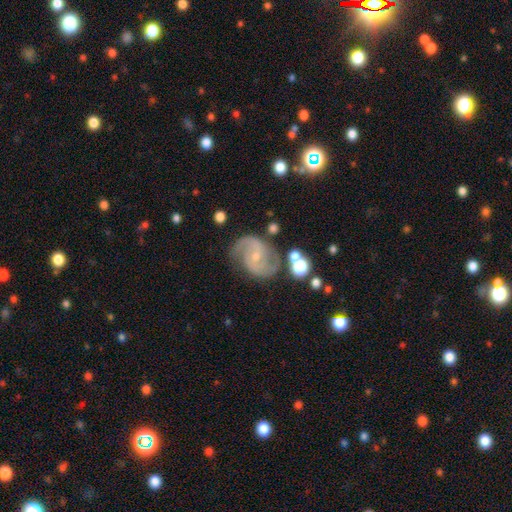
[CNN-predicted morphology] The model was most divided on "bar": no: 47%, weak: 41%, strong: 12%. More confident: edge-on disk — no (98%); spiral arms — yes (97%); spiral arm count — 2 (88%); smooth or featured — featured or disk (87%); merging — none (72%); bulge size — small (71%); spiral winding — medium (53%).